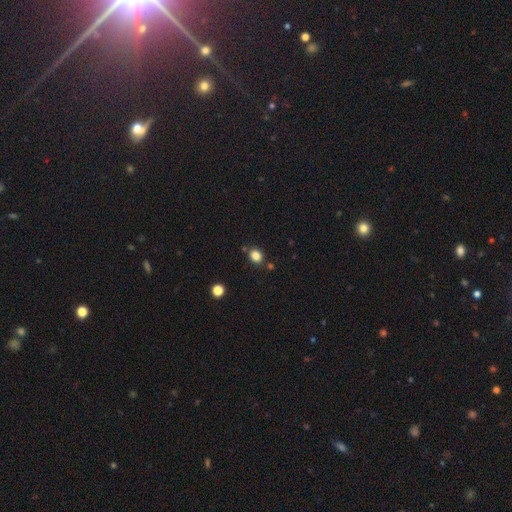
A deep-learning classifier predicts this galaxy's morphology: A smooth galaxy with no disk features (83%) that is round (56%).

Vote fractions:
- Smooth or featured? smooth: 83% / star or artifact: 12% / featured or disk: 5%
- How rounded? round: 56% / in between: 43% / cigar-shaped: 1%
- Merging? none: 79% / minor disturbance: 11% / merger: 7% / major disturbance: 3%